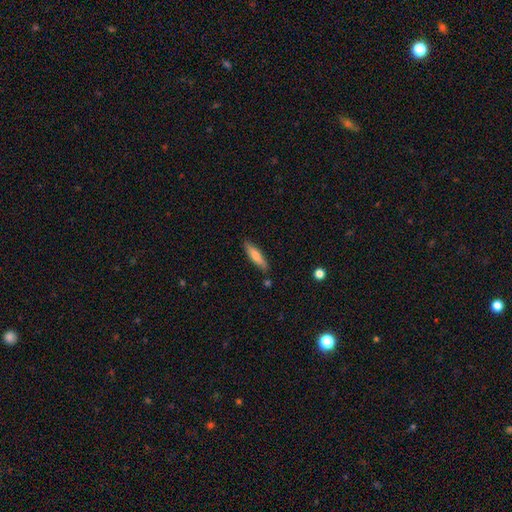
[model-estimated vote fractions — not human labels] smooth-or-featured: smooth: 72% | featured or disk: 22% | star or artifact: 6%
  how-rounded: cigar-shaped: 74% | in between: 25% | round: 2%
  merging: none: 84% | minor disturbance: 11% | merger: 3% | major disturbance: 2%